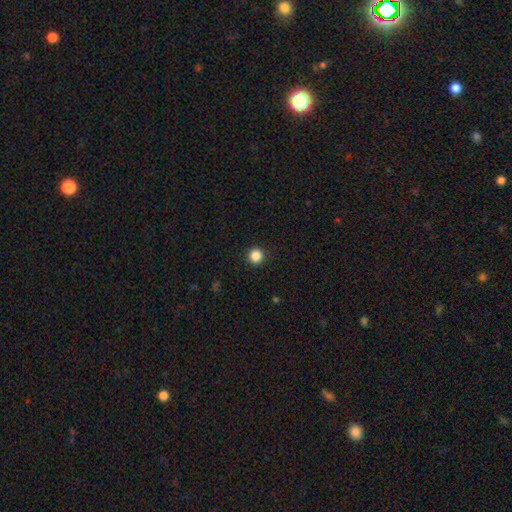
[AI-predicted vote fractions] Smooth or featured? smooth (86%)
How rounded? round (95%)
Merging? none (93%)